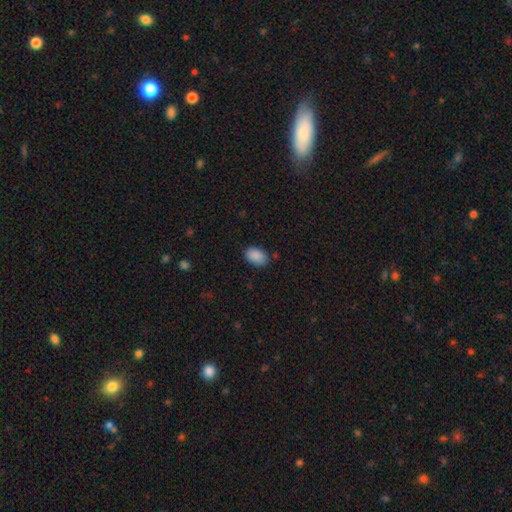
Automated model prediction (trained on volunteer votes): This is clearly a smooth galaxy (89%). How rounded: clearly in between (87%). Merging: clearly none (80%).